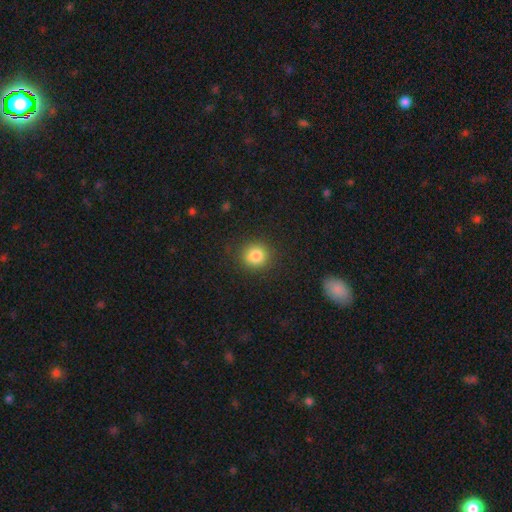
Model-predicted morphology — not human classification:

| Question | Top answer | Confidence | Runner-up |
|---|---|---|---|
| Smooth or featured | smooth | 83% | star or artifact (11%) |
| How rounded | round | 86% | in between (13%) |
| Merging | none | 86% | minor disturbance (10%) |